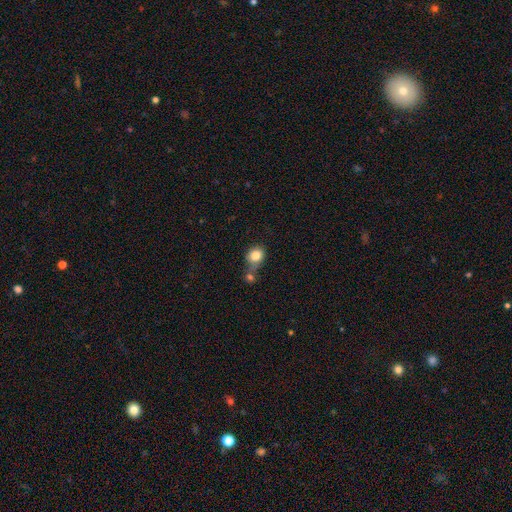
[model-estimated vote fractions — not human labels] smooth-or-featured: smooth: 83% | star or artifact: 9% | featured or disk: 8%
  how-rounded: round: 64% | in between: 35% | cigar-shaped: 1%
  merging: none: 46% | merger: 32% | minor disturbance: 16% | major disturbance: 6%